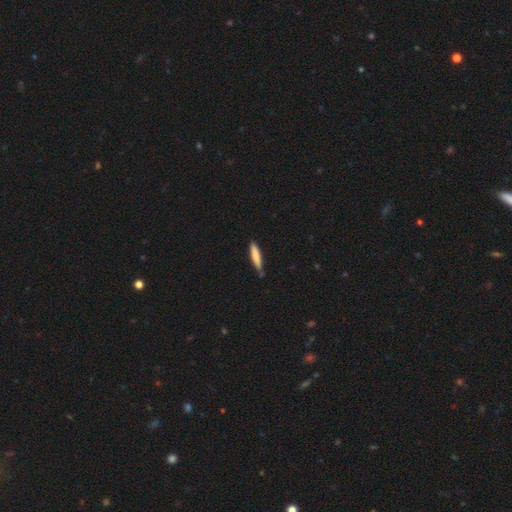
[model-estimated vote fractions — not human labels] Smooth or featured? smooth (76%)
How rounded? cigar-shaped (87%)
Merging? none (72%)